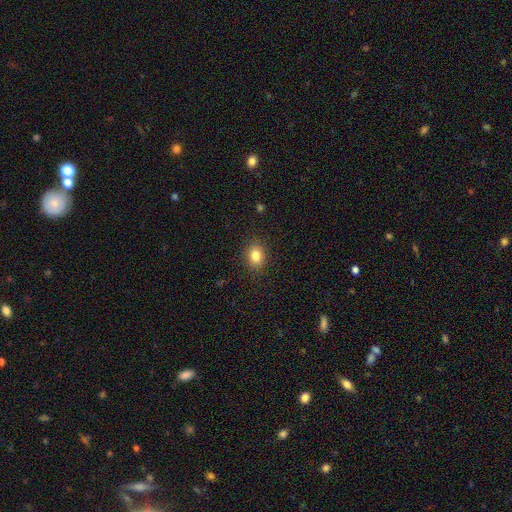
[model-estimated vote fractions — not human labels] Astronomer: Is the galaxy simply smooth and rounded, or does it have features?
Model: smooth — 83%.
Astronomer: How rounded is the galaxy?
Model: in between — 61% (runner-up: round, 38%).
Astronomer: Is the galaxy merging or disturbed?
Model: none — 88%.